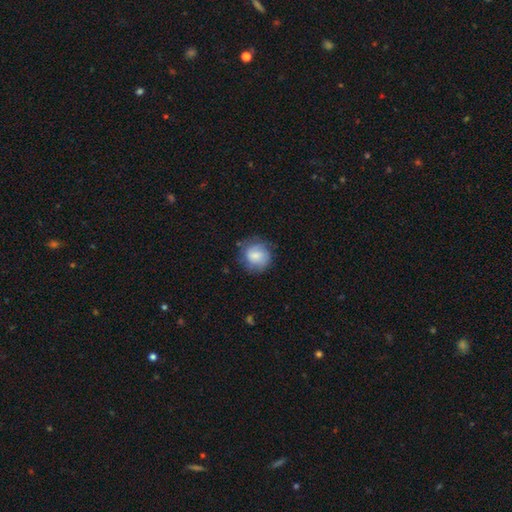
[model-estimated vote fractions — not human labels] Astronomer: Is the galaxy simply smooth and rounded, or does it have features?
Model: smooth — 64%.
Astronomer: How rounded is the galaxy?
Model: round — 86%.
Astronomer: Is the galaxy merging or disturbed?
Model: none — 73%.